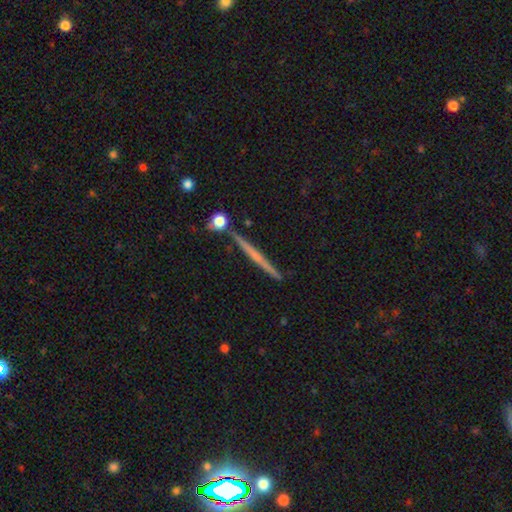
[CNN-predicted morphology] Smooth or featured? Predicted: featured or disk (p=0.59). Edge-on disk? Predicted: yes (p=0.98). Edge-on bulge? Predicted: none (p=0.77). Merging? Predicted: none (p=0.88).